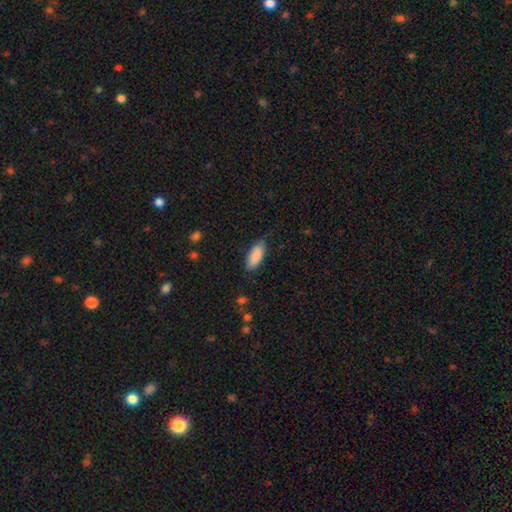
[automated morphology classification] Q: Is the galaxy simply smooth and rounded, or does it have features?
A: smooth — 88%.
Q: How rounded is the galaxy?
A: in between — 79%.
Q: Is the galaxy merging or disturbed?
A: none — 75%.